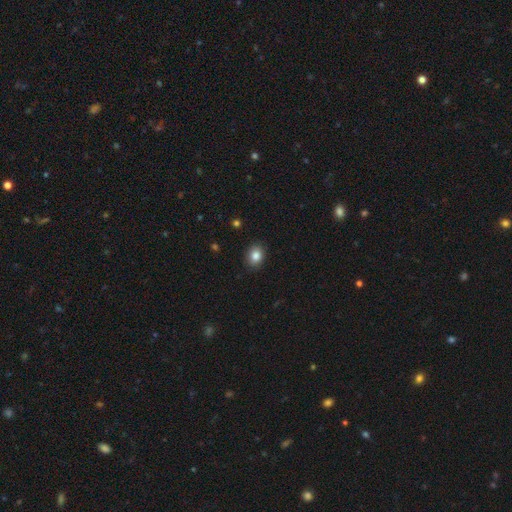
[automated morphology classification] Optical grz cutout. It shows a smooth galaxy with no disk features (85%) that is in between round and cigar-shaped (52%). Merging: none (89%).